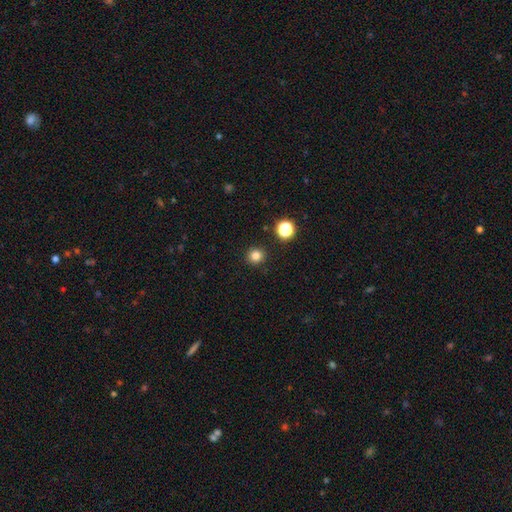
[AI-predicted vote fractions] A smooth galaxy with no disk features (81%) that is round (92%). Merging: none (92%).